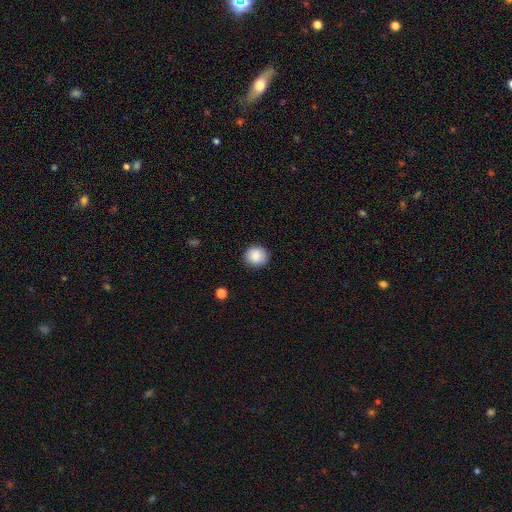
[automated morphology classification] smooth-or-featured: smooth: 88% | star or artifact: 8% | featured or disk: 4%
  how-rounded: round: 88% | in between: 11% | cigar-shaped: 1%
  merging: none: 89% | minor disturbance: 8% | major disturbance: 2% | merger: 1%